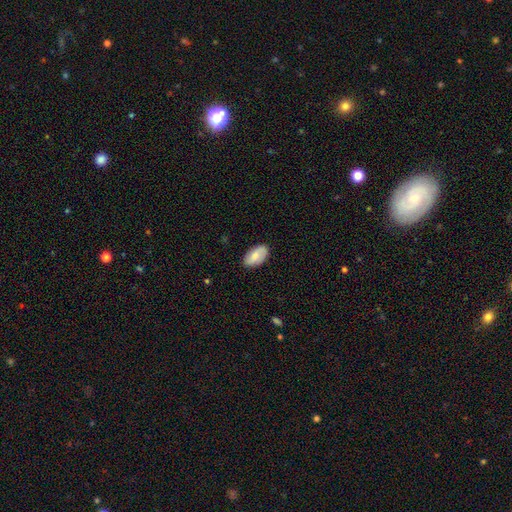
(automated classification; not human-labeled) smooth-or-featured: smooth: 69% | featured or disk: 25% | star or artifact: 6%
  how-rounded: in between: 94% | round: 3% | cigar-shaped: 2%
  merging: none: 84% | minor disturbance: 13% | major disturbance: 2% | merger: 1%